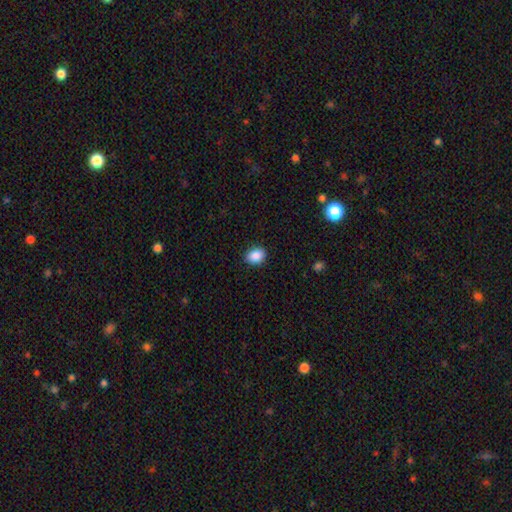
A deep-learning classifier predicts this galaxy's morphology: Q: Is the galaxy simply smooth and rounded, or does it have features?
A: smooth — 89%.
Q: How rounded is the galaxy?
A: in between — 63%.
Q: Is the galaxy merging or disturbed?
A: none — 88%.